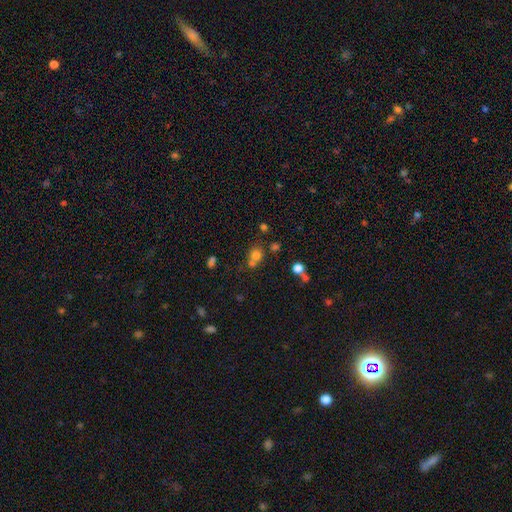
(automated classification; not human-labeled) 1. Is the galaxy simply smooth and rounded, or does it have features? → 70% smooth, 19% star or artifact, 11% featured or disk.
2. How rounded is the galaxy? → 79% round, 20% in between, 1% cigar-shaped.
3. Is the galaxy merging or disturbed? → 48% none, 39% merger, 9% minor disturbance, 4% major disturbance.